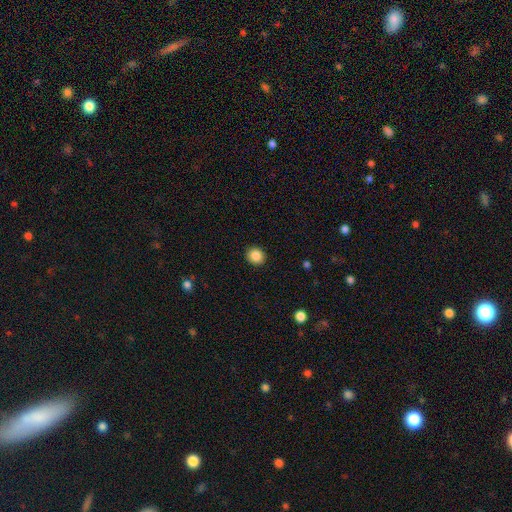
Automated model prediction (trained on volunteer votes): The model was most divided on "how rounded": round: 81%, in between: 18%, cigar-shaped: 1%. More confident: merging — none (92%); smooth or featured — smooth (87%).